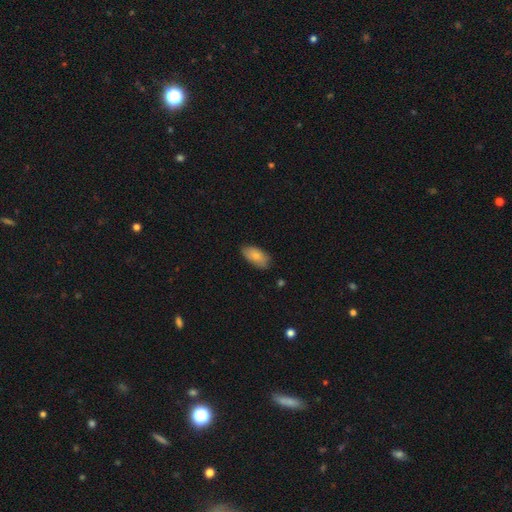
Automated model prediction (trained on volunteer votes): Smooth or featured? Predicted: smooth (p=0.81). How rounded? Predicted: in between (p=0.93). Merging? Predicted: none (p=0.76).